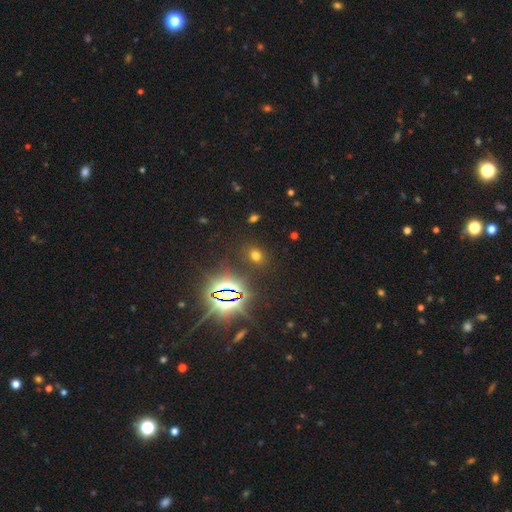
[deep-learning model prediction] Smooth or featured: smooth — 57% (star or artifact — 36%)
How rounded: in between — 50% (round — 48%)
Merging: none — 85% (minor disturbance — 9%)